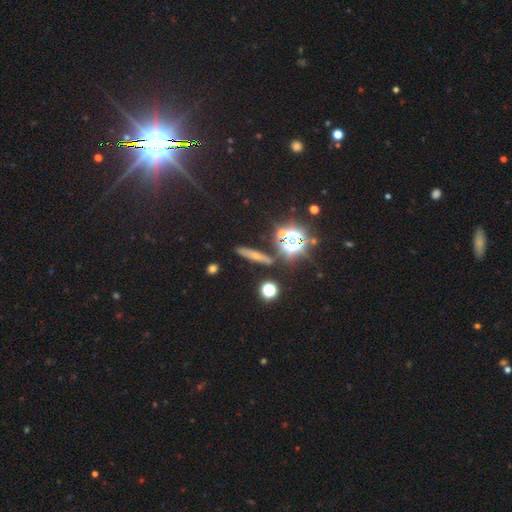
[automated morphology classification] smooth-or-featured: smooth: 40% | featured or disk: 30% | star or artifact: 30%
  merging: none: 86% | minor disturbance: 8% | merger: 4% | major disturbance: 3%